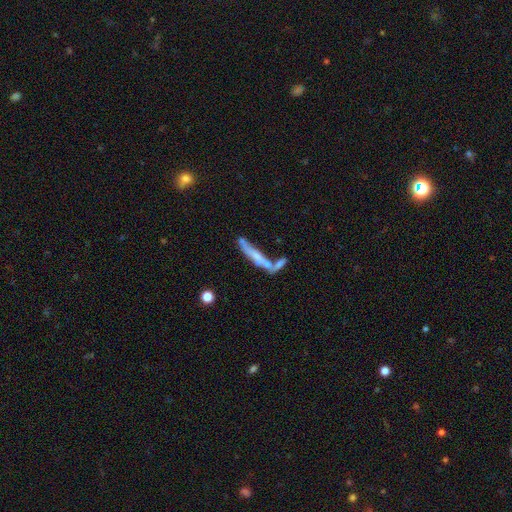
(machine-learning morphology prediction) The model was most divided on "merging": none: 39%, merger: 36%, minor disturbance: 16%, major disturbance: 9%. More confident: how rounded — cigar-shaped (87%); smooth or featured — smooth (50%).